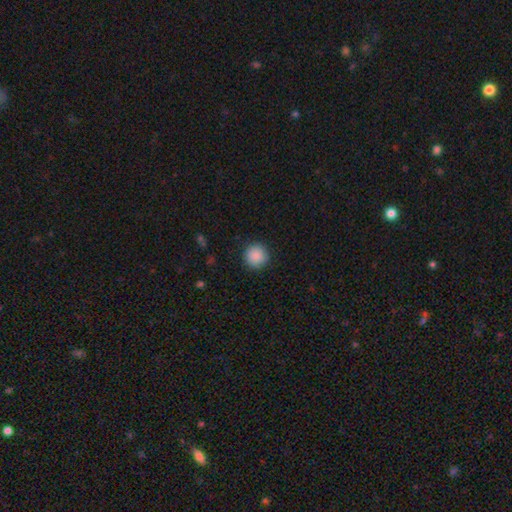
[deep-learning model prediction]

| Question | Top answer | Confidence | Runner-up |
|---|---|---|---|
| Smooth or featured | smooth | 89% | star or artifact (8%) |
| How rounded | round | 95% | in between (4%) |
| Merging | none | 91% | minor disturbance (6%) |